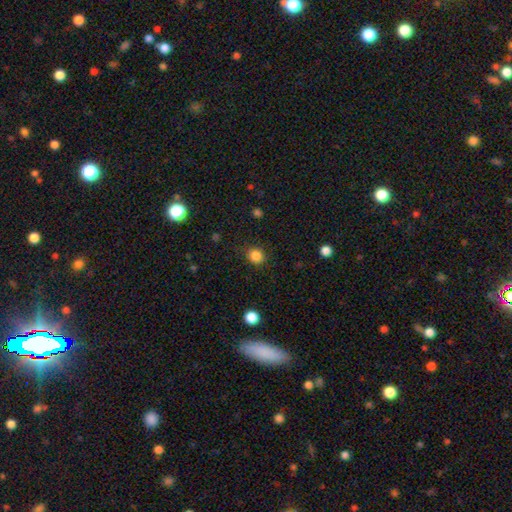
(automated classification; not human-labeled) Morphology: type=smooth (85%); roundness=round (86%); merging=none (87%).